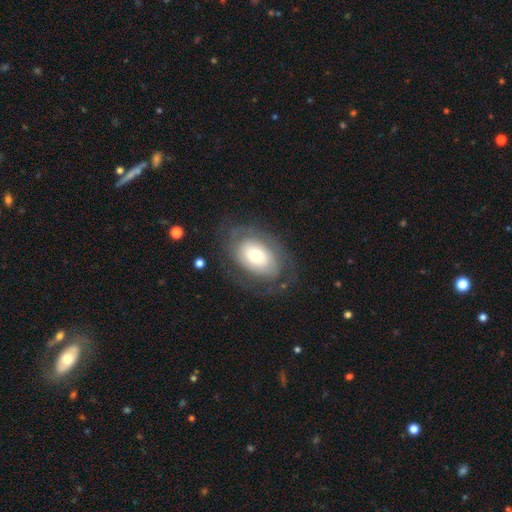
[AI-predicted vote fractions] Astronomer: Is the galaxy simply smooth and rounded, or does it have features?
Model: featured or disk — 58% (runner-up: smooth, 35%).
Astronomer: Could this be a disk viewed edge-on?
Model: no — 94%.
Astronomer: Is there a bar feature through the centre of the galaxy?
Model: no — 79%.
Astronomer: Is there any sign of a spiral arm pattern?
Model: yes — 65%.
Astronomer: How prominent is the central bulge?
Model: moderate — 56%.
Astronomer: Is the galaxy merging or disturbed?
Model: none — 69%.